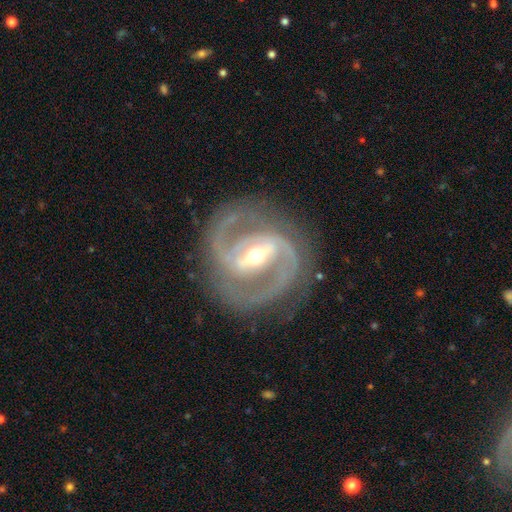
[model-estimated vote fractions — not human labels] A featured or disk galaxy (93%) with a strong bar (63%), 2 (86%) medium (53%) spiral arms (98%) and a moderate central bulge (61%).

Vote fractions:
- Smooth or featured? featured or disk: 93% / star or artifact: 4% / smooth: 3%
- Edge-on disk? no: 97% / yes: 3%
- Bar? strong: 63% / weak: 29% / no: 8%
- Spiral arms? yes: 98% / no: 2%
- Spiral winding? medium: 53% / tight: 40% / loose: 8%
- Spiral arm count? 2: 86% / 3: 7% / can't tell: 2% / 4: 1% / 1: 1% / more than 4: 1%
- Bulge size? moderate: 61% / small: 34% / large: 4% / dominant: 1% / none: 1%
- Merging? none: 82% / minor disturbance: 12% / major disturbance: 5% / merger: 1%